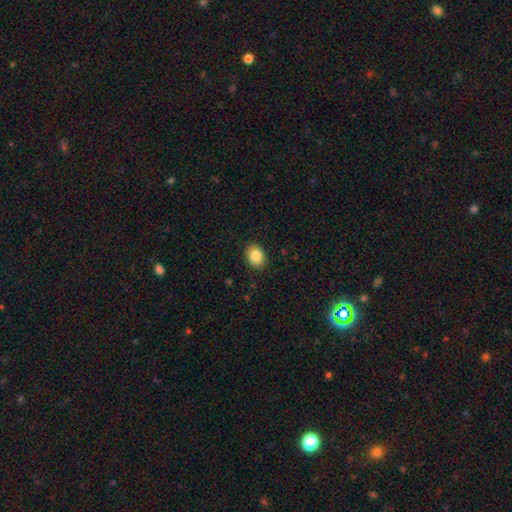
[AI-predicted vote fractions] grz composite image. It shows a smooth galaxy with no disk features (86%) that is in between round and cigar-shaped (66%). Merging: none (90%).